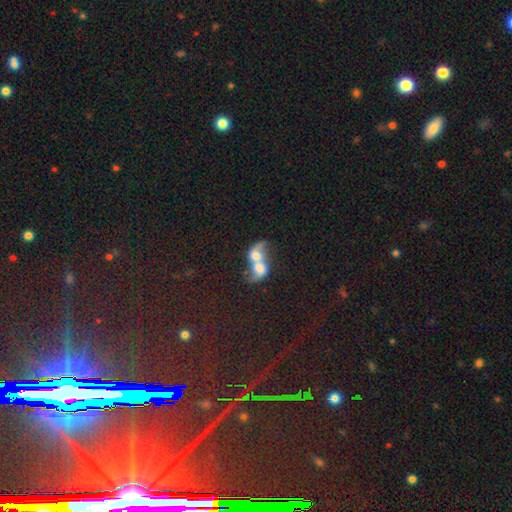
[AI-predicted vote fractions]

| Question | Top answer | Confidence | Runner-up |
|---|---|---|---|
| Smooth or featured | featured or disk | 48% | smooth (42%) |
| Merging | merger | 84% | none (7%) |